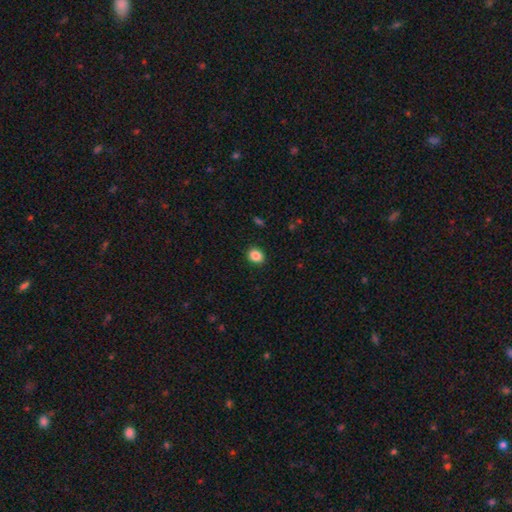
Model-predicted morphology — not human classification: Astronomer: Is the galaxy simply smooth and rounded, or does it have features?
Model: smooth — 87%.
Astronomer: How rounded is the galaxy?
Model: round — 56% (runner-up: in between, 43%).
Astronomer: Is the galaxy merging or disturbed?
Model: none — 90%.